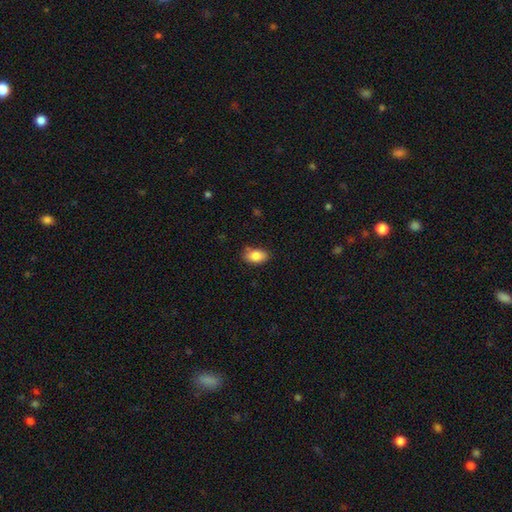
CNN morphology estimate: This is clearly a smooth galaxy (87%). How rounded: clearly in between (92%). Merging: likely none (79%).